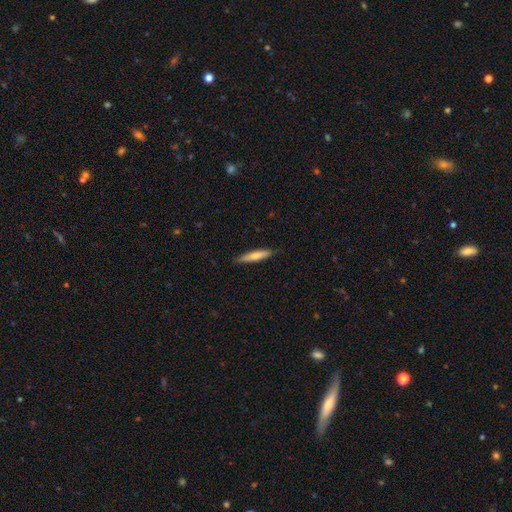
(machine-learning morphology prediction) smooth_or_featured: smooth (p=0.71) [alt: featured or disk p=0.23]
how_rounded: cigar-shaped (p=0.87) [alt: in between p=0.11]
merging: none (p=0.86) [alt: minor disturbance p=0.11]